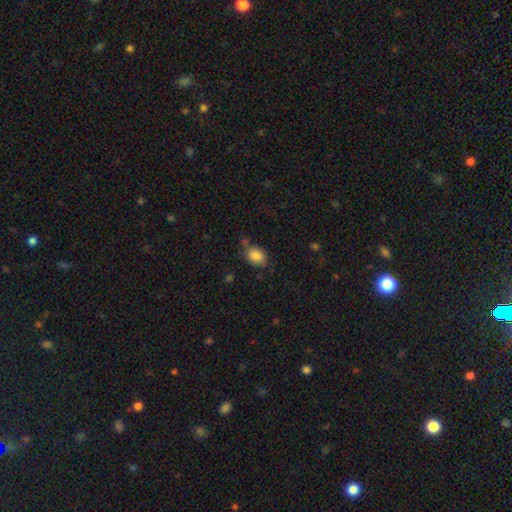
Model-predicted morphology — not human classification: The model was most divided on "merging": none: 65%, minor disturbance: 22%, merger: 7%, major disturbance: 5%. More confident: smooth or featured — smooth (84%); how rounded — in between (71%).